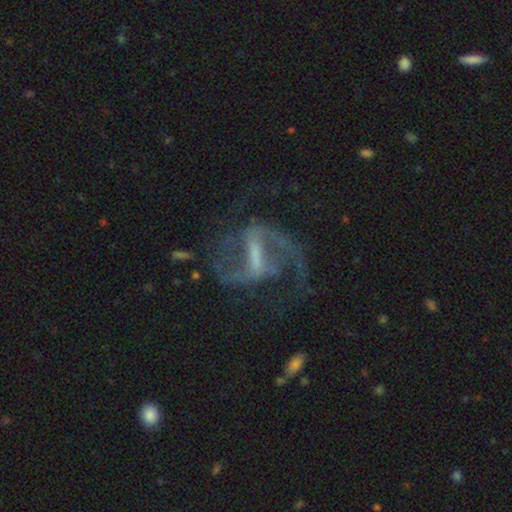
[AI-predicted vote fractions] Morphology: type=featured or disk (90%); edge-on=no (97%); bar=strong (62%); spiral arms=yes (97%); winding=medium (56%); arm count=2 (92%); bulge=none (36%); merging=none (68%).